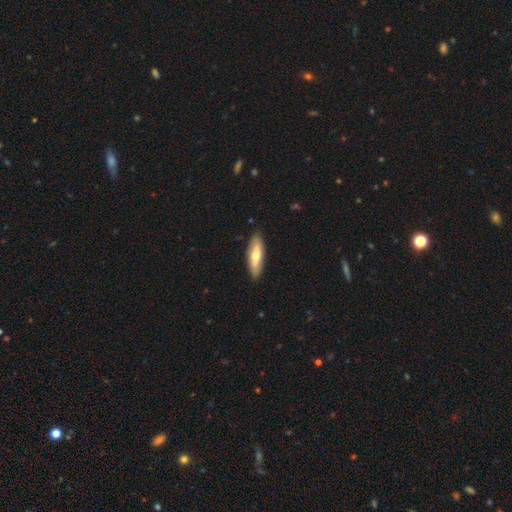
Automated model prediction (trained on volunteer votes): Q: Smooth or featured?
A: smooth (56%); runner-up: featured or disk (38%)
Q: How rounded?
A: cigar-shaped (54%); runner-up: in between (44%)
Q: Merging?
A: none (87%); runner-up: minor disturbance (10%)